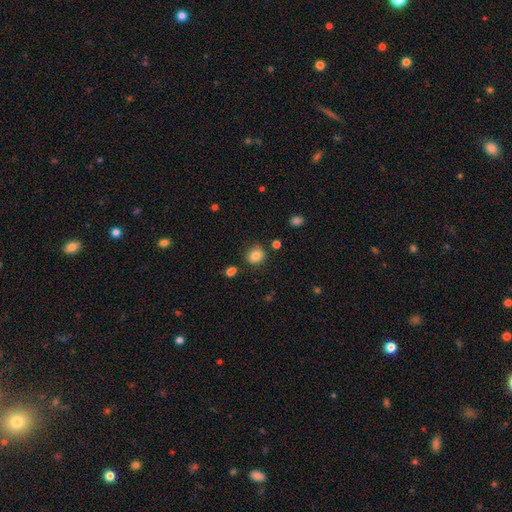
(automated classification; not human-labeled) Morphology: type=smooth (83%); roundness=round (78%); merging=none (82%).